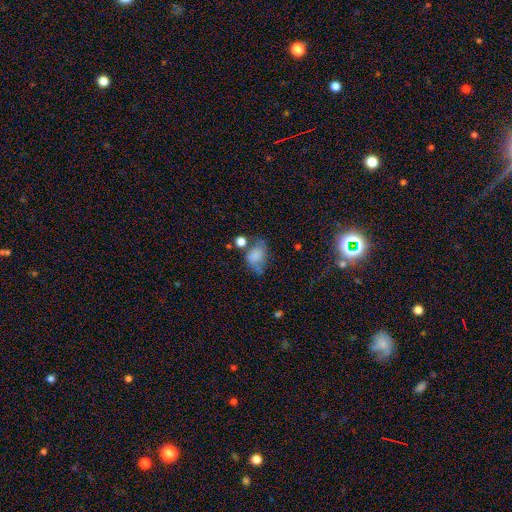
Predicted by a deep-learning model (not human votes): This appears to be a smooth galaxy with no disk features (72%) that is in between round and cigar-shaped (78%). Merging: none (34%).